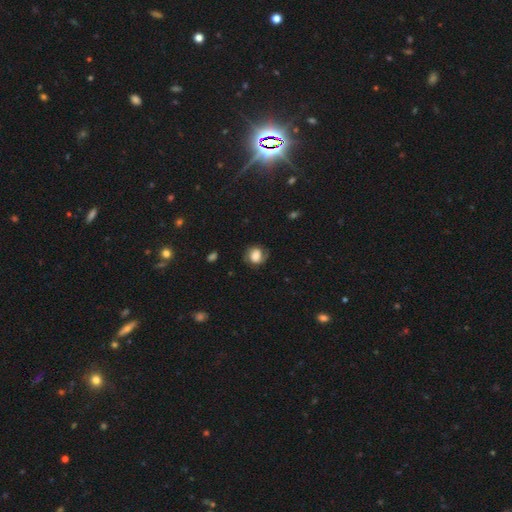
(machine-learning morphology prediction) Overall: smooth (58%; featured or disk 33%). How rounded: round (67%; in between 32%). Merging: none (69%).